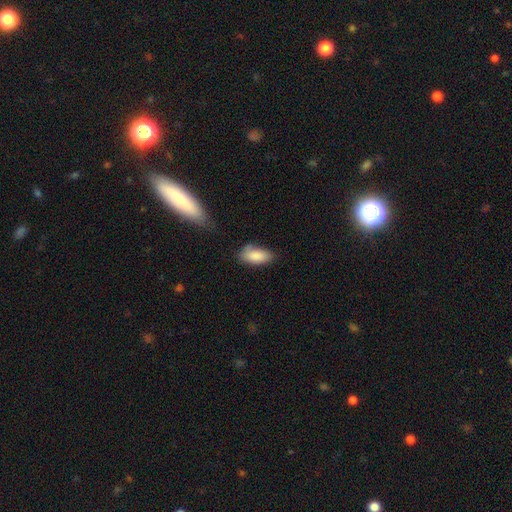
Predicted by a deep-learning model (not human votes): Q: Smooth or featured?
A: smooth (87%); runner-up: featured or disk (7%)
Q: How rounded?
A: in between (90%); runner-up: cigar-shaped (7%)
Q: Merging?
A: none (62%); runner-up: minor disturbance (28%)